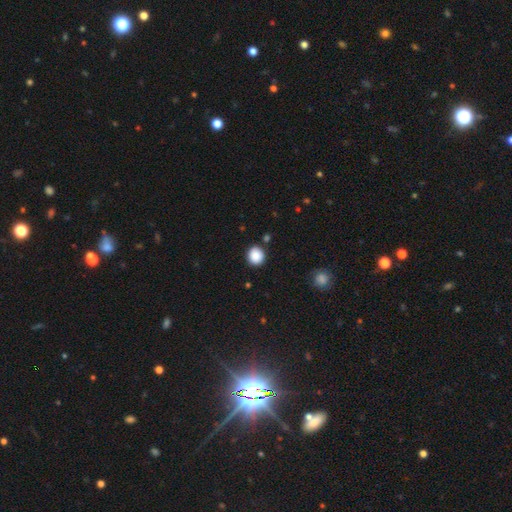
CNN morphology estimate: Smooth or featured? Predicted: smooth (p=0.88). How rounded? Predicted: round (p=0.82). Merging? Predicted: none (p=0.88).